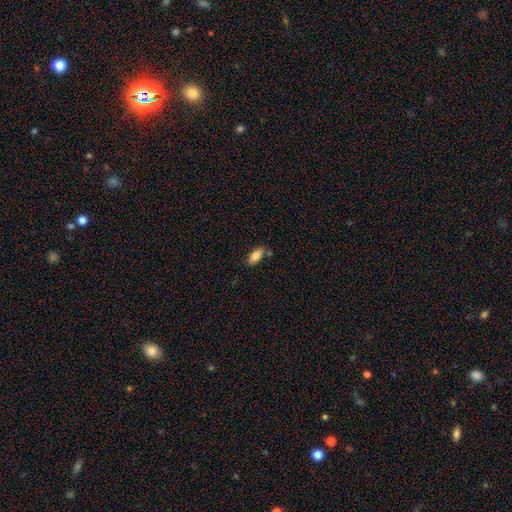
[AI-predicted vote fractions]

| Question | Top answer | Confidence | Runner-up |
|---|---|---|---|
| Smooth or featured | smooth | 83% | featured or disk (9%) |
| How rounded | in between | 89% | cigar-shaped (8%) |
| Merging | none | 72% | minor disturbance (15%) |